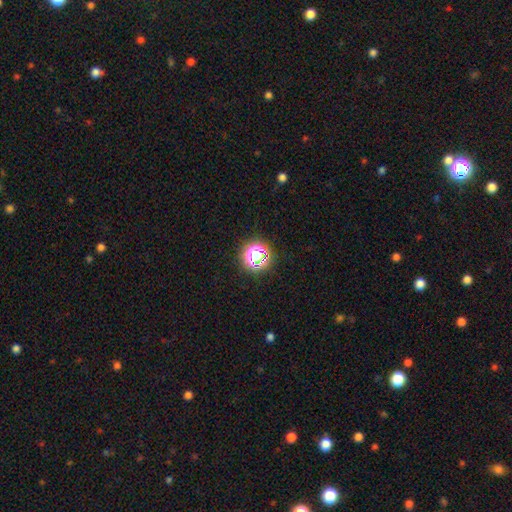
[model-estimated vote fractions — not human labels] smooth-or-featured: star or artifact: 52% | smooth: 38% | featured or disk: 10%